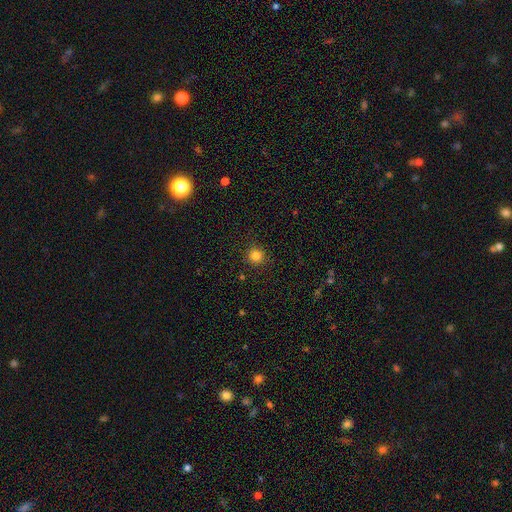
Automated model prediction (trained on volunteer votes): Q: Smooth or featured?
A: smooth (83%); runner-up: star or artifact (13%)
Q: How rounded?
A: round (94%); runner-up: in between (5%)
Q: Merging?
A: none (90%); runner-up: minor disturbance (6%)